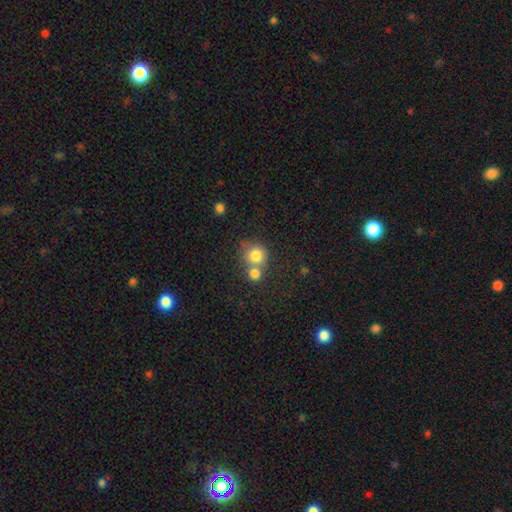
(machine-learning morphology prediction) The model was most divided on "merging": merger: 48%, none: 41%, minor disturbance: 8%, major disturbance: 3%. More confident: how rounded — round (86%); smooth or featured — smooth (80%).